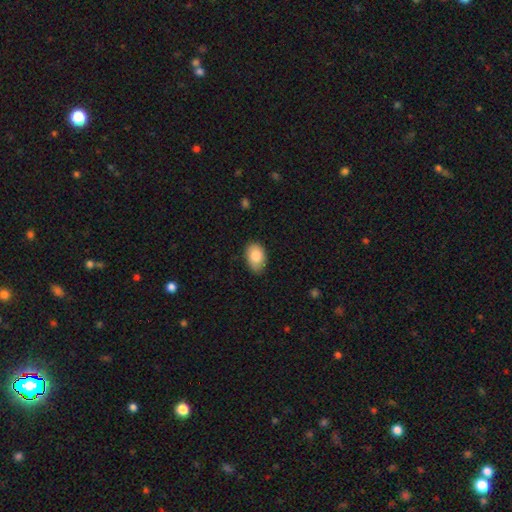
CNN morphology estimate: A smooth galaxy with no disk features (84%) that is in between round and cigar-shaped (85%).

Vote fractions:
- Smooth or featured? smooth: 84% / featured or disk: 9% / star or artifact: 7%
- How rounded? in between: 85% / round: 14% / cigar-shaped: 1%
- Merging? none: 76% / minor disturbance: 20% / major disturbance: 3% / merger: 1%